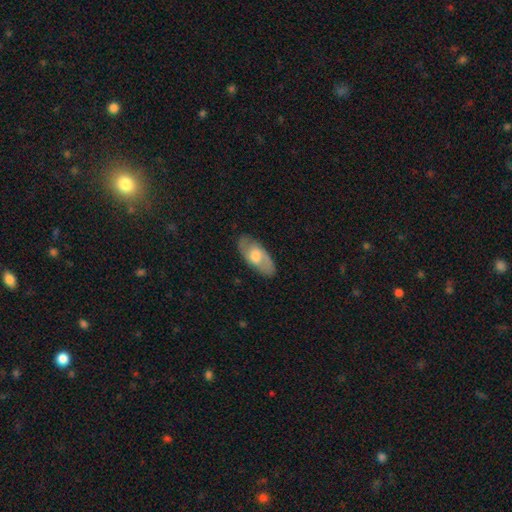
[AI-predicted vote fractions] featured or disk 49%, smooth 45%, star or artifact 6%. Down the decision tree: merging — none (83%).